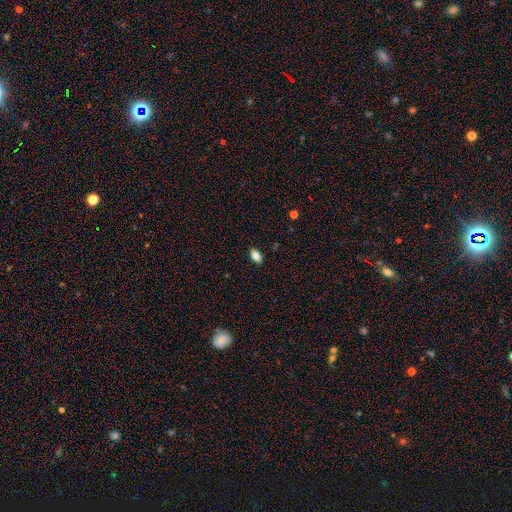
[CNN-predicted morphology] Smooth or featured? Predicted: smooth (p=0.83). How rounded? Predicted: in between (p=0.90). Merging? Predicted: none (p=0.88).